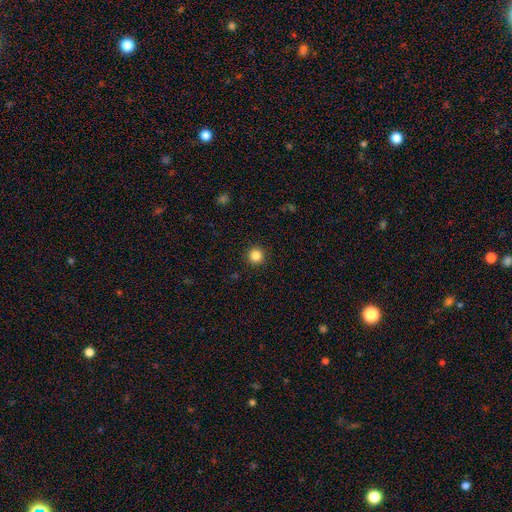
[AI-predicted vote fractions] This appears to be a smooth galaxy with no disk features (85%) that is round (96%). Merging: none (93%).